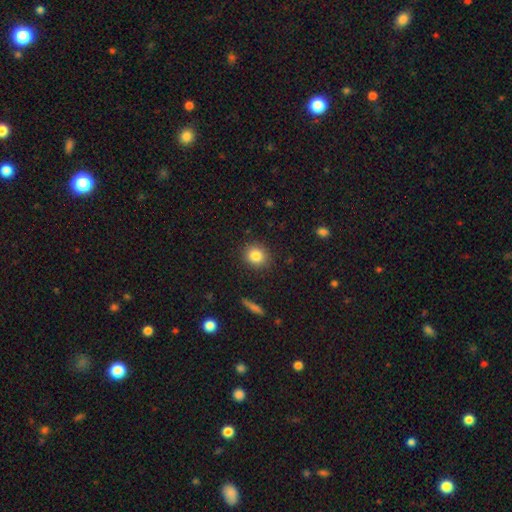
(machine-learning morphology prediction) smooth-or-featured: smooth: 83% | star or artifact: 10% | featured or disk: 7%
  how-rounded: round: 81% | in between: 18% | cigar-shaped: 1%
  merging: none: 89% | minor disturbance: 7% | major disturbance: 2% | merger: 1%